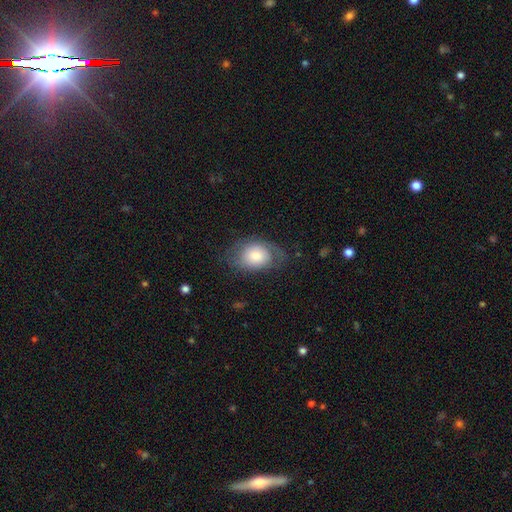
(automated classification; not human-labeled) Smooth or featured? smooth (66%)
How rounded? in between (76%)
Merging? none (59%)